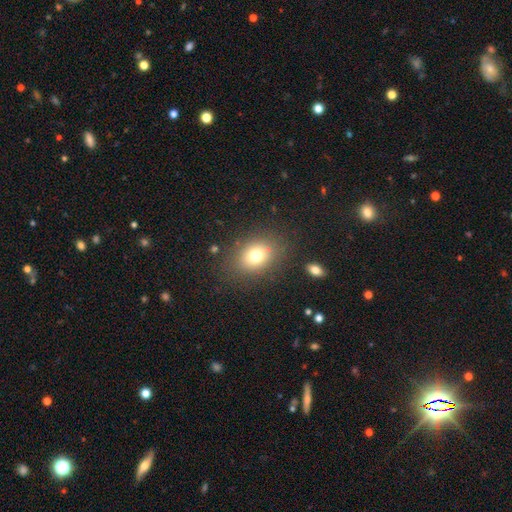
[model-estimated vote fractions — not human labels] Overall: smooth (75%). How rounded: in between (61%; round 38%). Merging: none (80%).